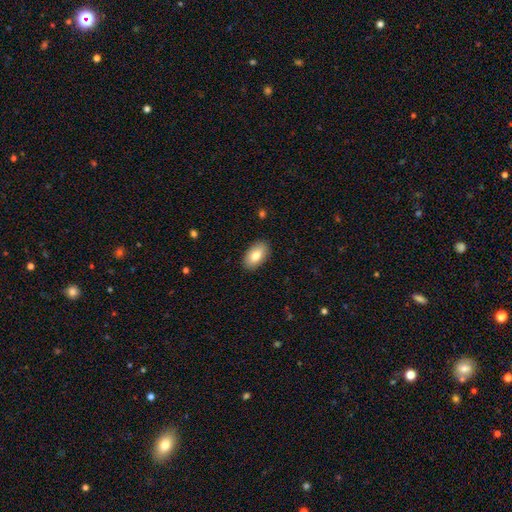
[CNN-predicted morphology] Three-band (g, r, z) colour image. It shows a smooth galaxy with no disk features (80%) that is in between round and cigar-shaped (94%). Merging: none (88%).